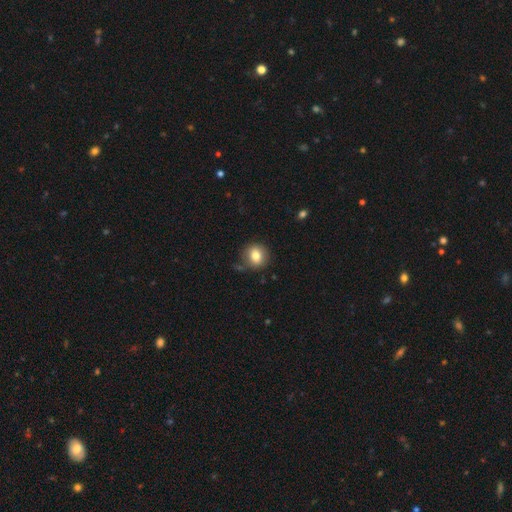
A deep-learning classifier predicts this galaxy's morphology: smooth_or_featured: smooth (p=0.80) [alt: featured or disk p=0.10]
how_rounded: round (p=0.78) [alt: in between p=0.21]
merging: none (p=0.77) [alt: minor disturbance p=0.15]